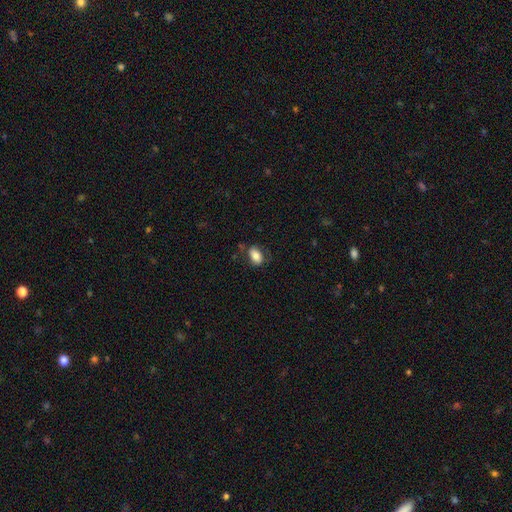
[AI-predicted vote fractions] A smooth galaxy with no disk features (80%) that is in between round and cigar-shaped (89%).

Vote fractions:
- Smooth or featured? smooth: 80% / featured or disk: 12% / star or artifact: 8%
- How rounded? in between: 89% / round: 9% / cigar-shaped: 2%
- Merging? none: 67% / minor disturbance: 21% / major disturbance: 8% / merger: 3%